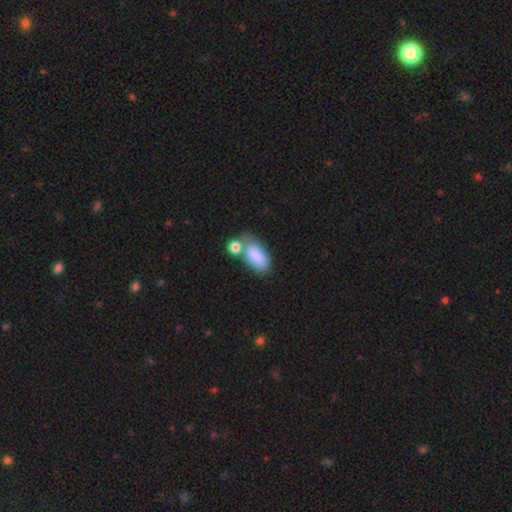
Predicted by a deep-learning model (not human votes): The model was most divided on "merging": merger: 41%, none: 38%, minor disturbance: 15%, major disturbance: 7%. More confident: how rounded — in between (91%); smooth or featured — smooth (85%).